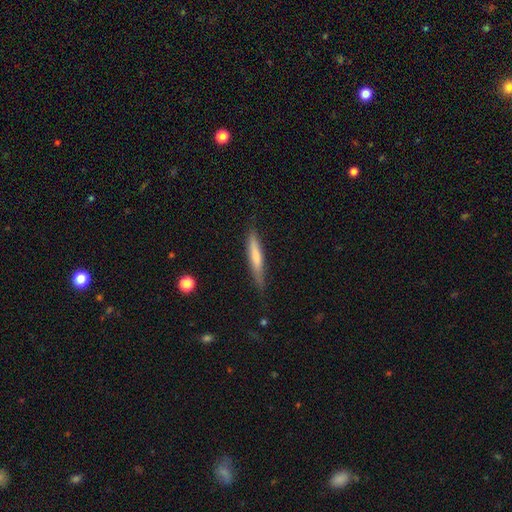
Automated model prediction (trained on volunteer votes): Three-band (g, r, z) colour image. It shows a smooth galaxy with no disk features (63%) that is cigar-shaped (92%). Merging: none (79%).